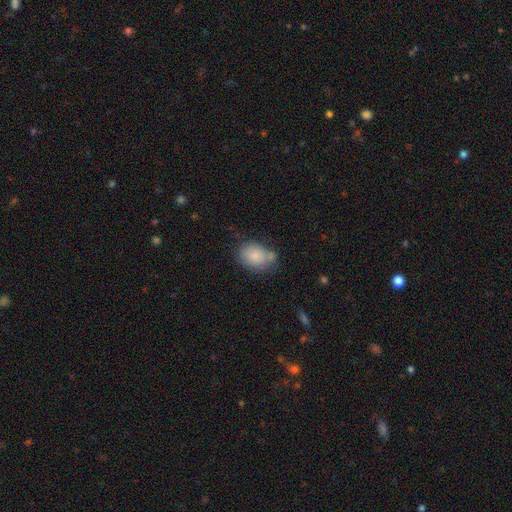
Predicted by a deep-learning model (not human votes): A smooth galaxy with no disk features (83%) that is in between round and cigar-shaped (66%). Merging: none (58%).